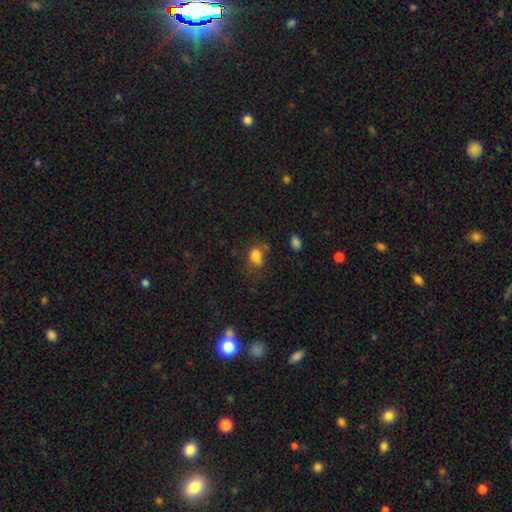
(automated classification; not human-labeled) Smooth or featured? Predicted: smooth (p=0.77). How rounded? Predicted: in between (p=0.67). Merging? Predicted: none (p=0.49).